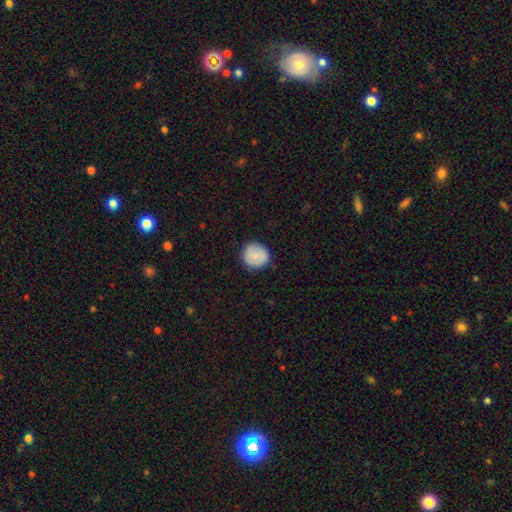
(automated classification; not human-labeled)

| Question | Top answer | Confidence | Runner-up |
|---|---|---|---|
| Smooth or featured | smooth | 75% | featured or disk (18%) |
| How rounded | round | 90% | in between (9%) |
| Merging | none | 86% | minor disturbance (10%) |